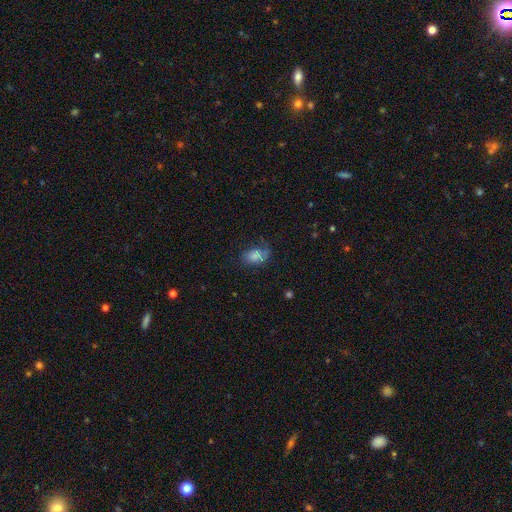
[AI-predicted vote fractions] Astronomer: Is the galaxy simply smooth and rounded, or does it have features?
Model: smooth — 67%.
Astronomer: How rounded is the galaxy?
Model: in between — 80%.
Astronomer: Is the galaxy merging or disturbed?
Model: none — 46% (runner-up: minor disturbance, 27%).